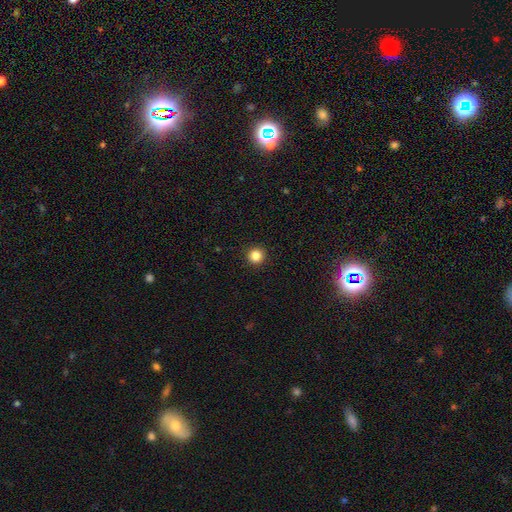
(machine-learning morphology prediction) smooth 85%, star or artifact 11%, featured or disk 4%. Down the decision tree: how rounded — round (95%); merging — none (93%).